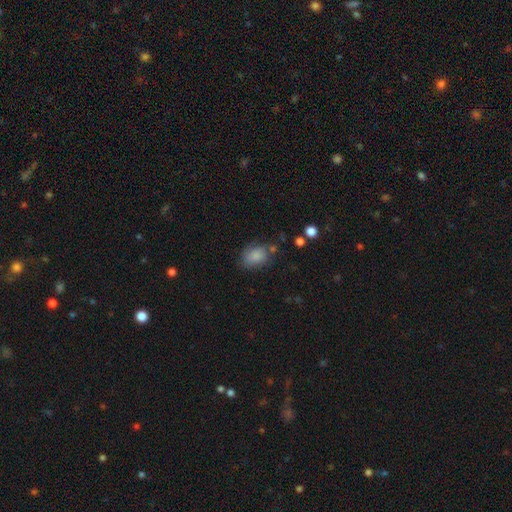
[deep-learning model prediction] Overall: smooth (83%). How rounded: in between (71%). Merging: none (64%).